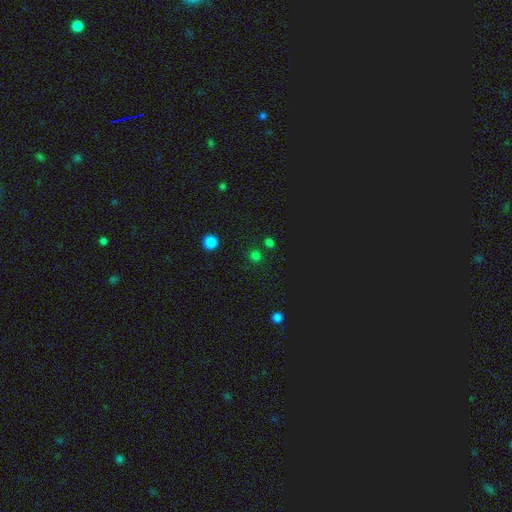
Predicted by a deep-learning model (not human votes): Smooth or featured? smooth (68%)
How rounded? round (88%)
Merging? none (83%)